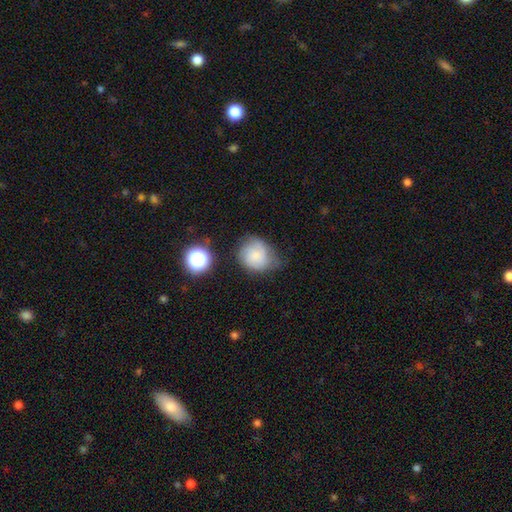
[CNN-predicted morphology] type=smooth (57%); roundness=round (71%); merging=none (44%).